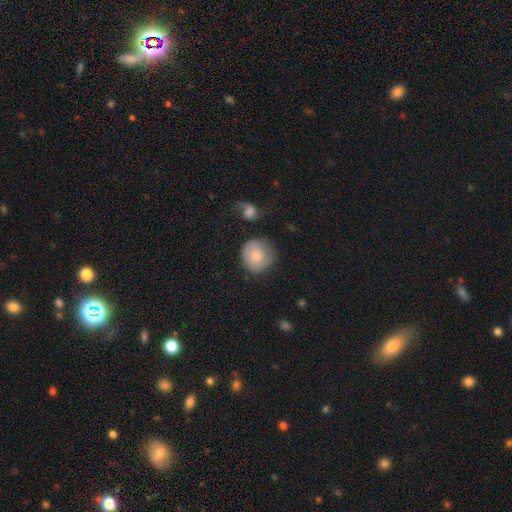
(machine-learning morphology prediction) Smooth or featured?
  - smooth: 76% *
  - featured or disk: 17%
  - star or artifact: 7%
How rounded?
  - round: 89% *
  - in between: 10%
  - cigar-shaped: 1%
Merging?
  - none: 68% *
  - minor disturbance: 20%
  - major disturbance: 7%
  - merger: 5%